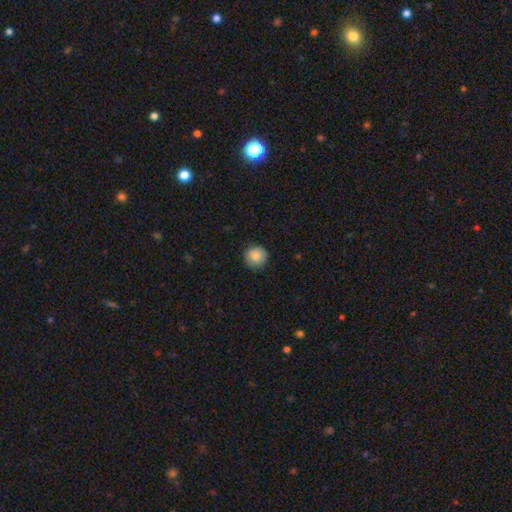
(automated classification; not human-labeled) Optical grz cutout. It shows a smooth galaxy with no disk features (85%) that is round (94%). Merging: none (87%).